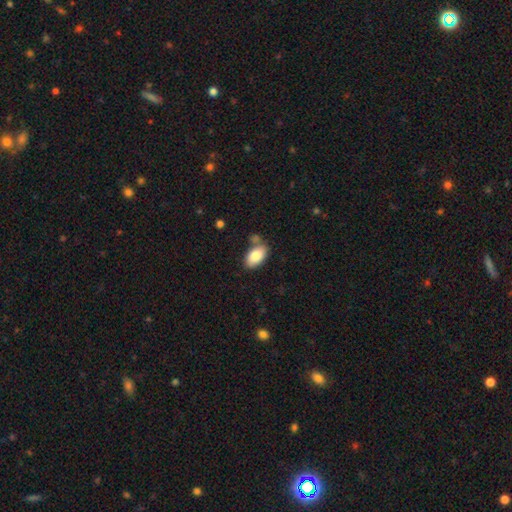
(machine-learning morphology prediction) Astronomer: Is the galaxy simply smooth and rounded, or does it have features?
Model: smooth — 85%.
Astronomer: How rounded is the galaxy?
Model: in between — 94%.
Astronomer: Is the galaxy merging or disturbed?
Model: none — 66%.